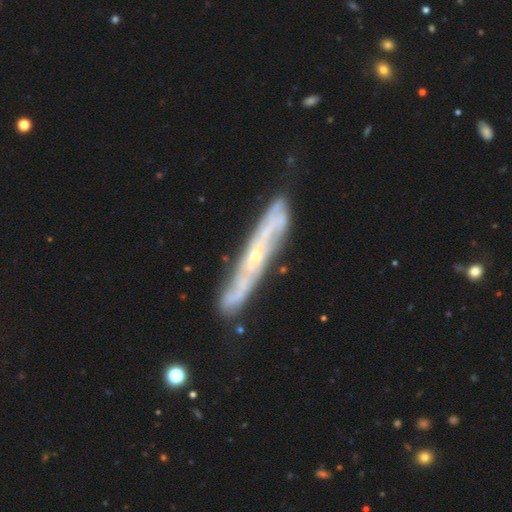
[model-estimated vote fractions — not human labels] smooth_or_featured: featured or disk (p=0.81) [alt: smooth p=0.13]
disk_edge_on: no (p=0.50) [tied with: yes p=0.50]
merging: none (p=0.79) [alt: minor disturbance p=0.15]